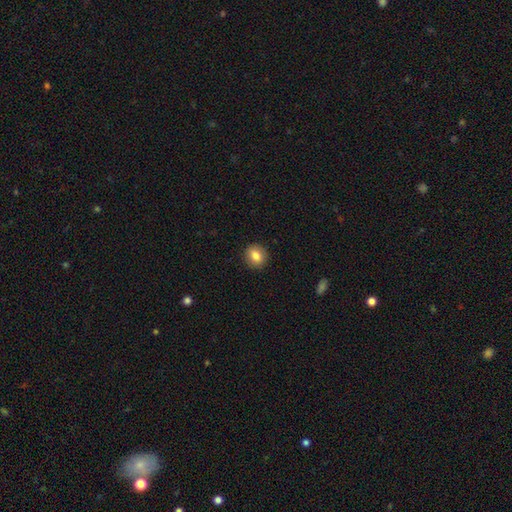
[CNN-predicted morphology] This is clearly a smooth galaxy (82%). How rounded: likely round (77%). Merging: clearly none (91%).